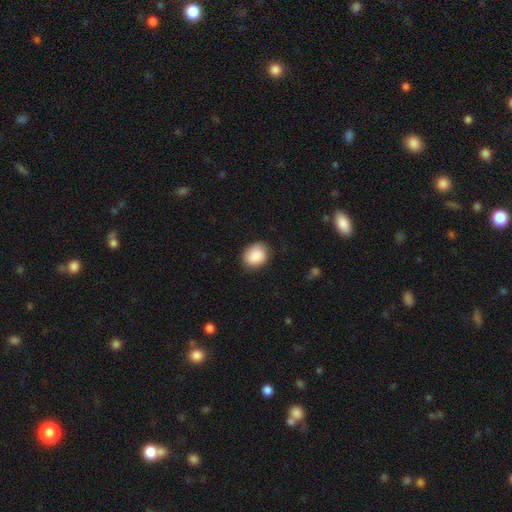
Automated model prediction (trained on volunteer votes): smooth-or-featured: smooth: 88% | star or artifact: 7% | featured or disk: 6%
  how-rounded: round: 53% | in between: 46% | cigar-shaped: 1%
  merging: none: 80% | minor disturbance: 15% | major disturbance: 3% | merger: 1%